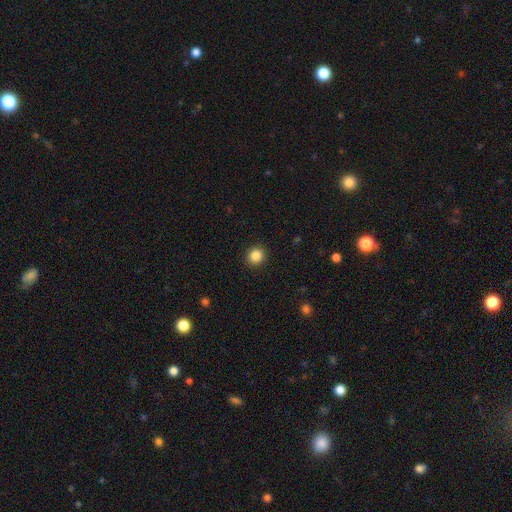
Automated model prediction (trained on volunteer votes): The model was most divided on "smooth or featured": smooth: 86%, star or artifact: 10%, featured or disk: 4%. More confident: merging — none (92%); how rounded — round (90%).